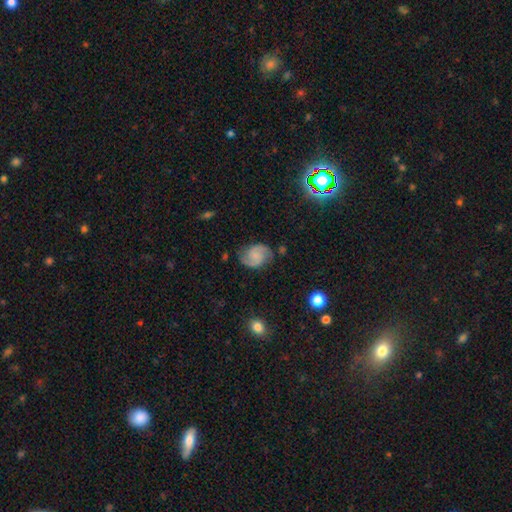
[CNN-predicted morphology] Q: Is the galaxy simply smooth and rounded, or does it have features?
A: featured or disk — 74%.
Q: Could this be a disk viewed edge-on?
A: no — 98%.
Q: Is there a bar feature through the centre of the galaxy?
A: no — 58%.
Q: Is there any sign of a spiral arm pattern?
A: yes — 95%.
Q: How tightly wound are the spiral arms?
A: medium — 51%.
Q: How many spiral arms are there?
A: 2 — 91%.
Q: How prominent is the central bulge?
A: small — 44%.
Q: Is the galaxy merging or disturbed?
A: none — 74%.